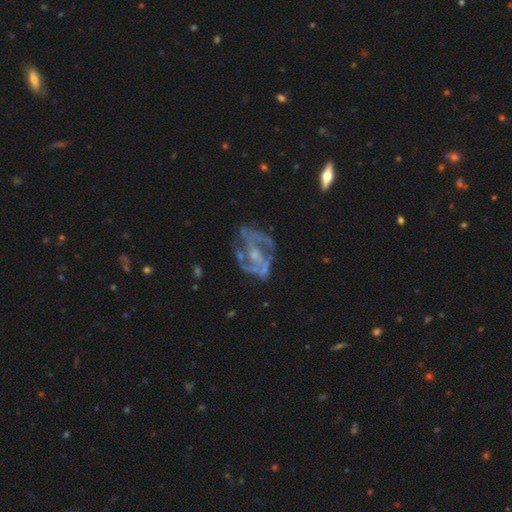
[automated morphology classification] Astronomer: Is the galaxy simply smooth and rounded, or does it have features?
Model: featured or disk — 84%.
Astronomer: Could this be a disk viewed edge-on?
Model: no — 97%.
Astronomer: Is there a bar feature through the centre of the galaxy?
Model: no — 46% (runner-up: weak, 37%).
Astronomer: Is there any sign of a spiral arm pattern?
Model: yes — 79%.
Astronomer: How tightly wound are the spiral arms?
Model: medium — 48% (runner-up: tight, 28%).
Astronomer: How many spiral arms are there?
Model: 2 — 50%.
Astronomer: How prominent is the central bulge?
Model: small — 46% (runner-up: moderate, 33%).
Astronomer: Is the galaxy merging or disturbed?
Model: none — 57%.